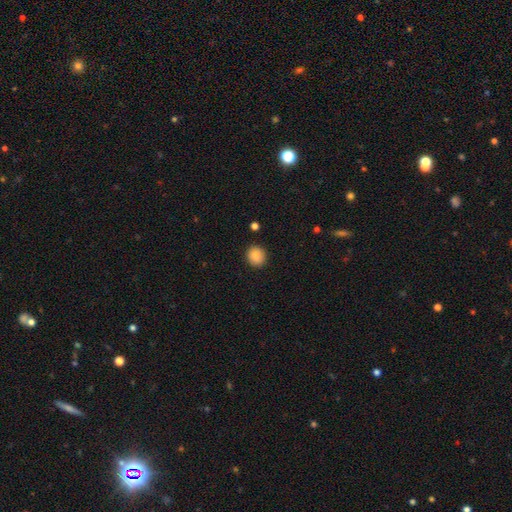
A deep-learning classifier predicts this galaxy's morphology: This appears to be a smooth galaxy with no disk features (88%) that is round (83%). Merging: none (91%).